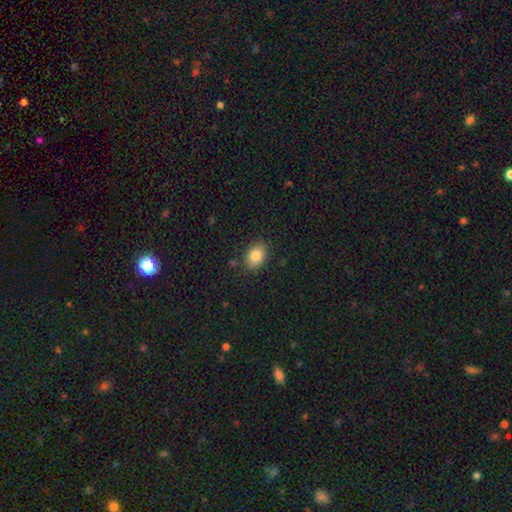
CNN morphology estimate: Smooth or featured?
  - smooth: 84% *
  - star or artifact: 9%
  - featured or disk: 8%
How rounded?
  - in between: 77% *
  - round: 22%
  - cigar-shaped: 1%
Merging?
  - none: 86% *
  - minor disturbance: 10%
  - major disturbance: 3%
  - merger: 2%